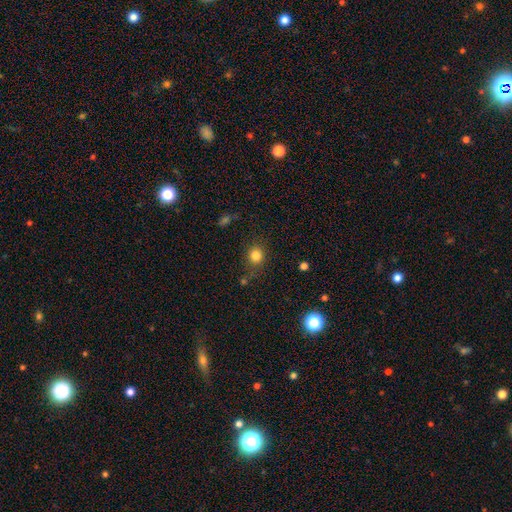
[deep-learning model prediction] smooth 81%, star or artifact 13%, featured or disk 6%. Down the decision tree: how rounded — round (84%); merging — none (77%).